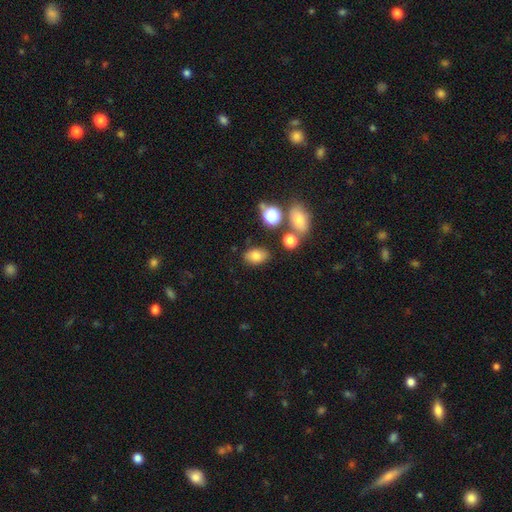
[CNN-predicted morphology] Q: Smooth or featured?
A: smooth (79%); runner-up: star or artifact (12%)
Q: How rounded?
A: in between (84%); runner-up: round (14%)
Q: Merging?
A: none (78%); runner-up: minor disturbance (12%)